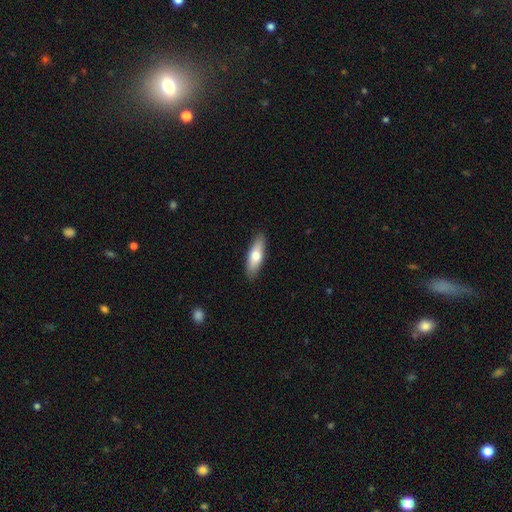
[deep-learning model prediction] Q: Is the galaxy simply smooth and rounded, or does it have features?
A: smooth — 70%.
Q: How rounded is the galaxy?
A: in between — 52%.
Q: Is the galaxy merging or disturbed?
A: none — 89%.